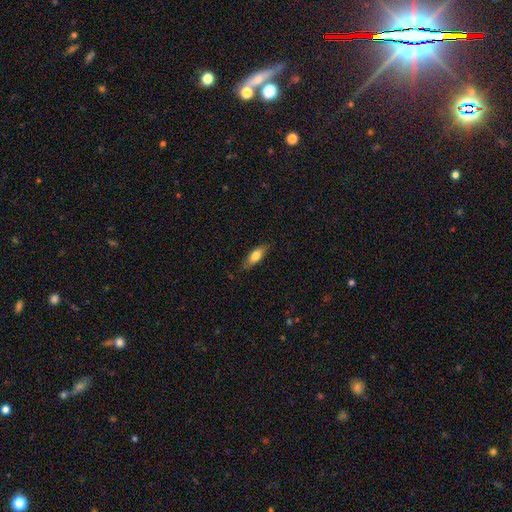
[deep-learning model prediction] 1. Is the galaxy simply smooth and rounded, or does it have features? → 69% smooth, 25% featured or disk, 7% star or artifact.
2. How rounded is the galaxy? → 56% in between, 42% cigar-shaped, 3% round.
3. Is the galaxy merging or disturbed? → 79% none, 16% minor disturbance, 3% major disturbance, 1% merger.